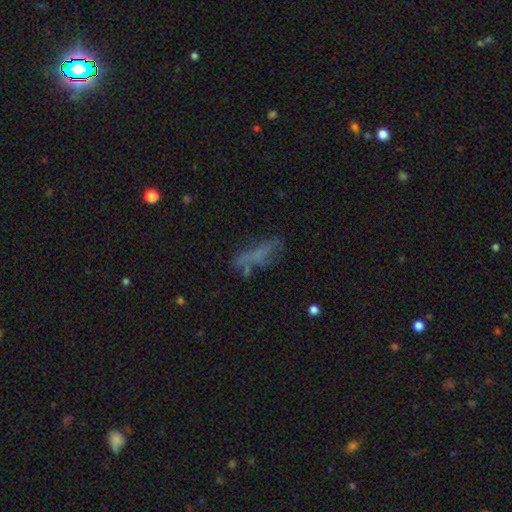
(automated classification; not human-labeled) Smooth or featured? smooth (50%)
Merging? none (49%)